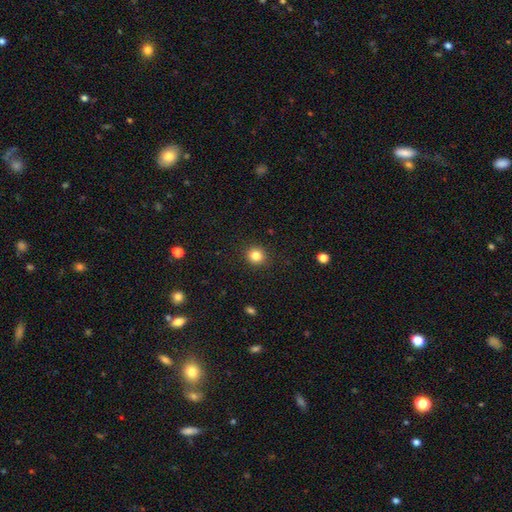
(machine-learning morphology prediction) Smooth or featured? smooth (84%)
How rounded? round (91%)
Merging? none (92%)